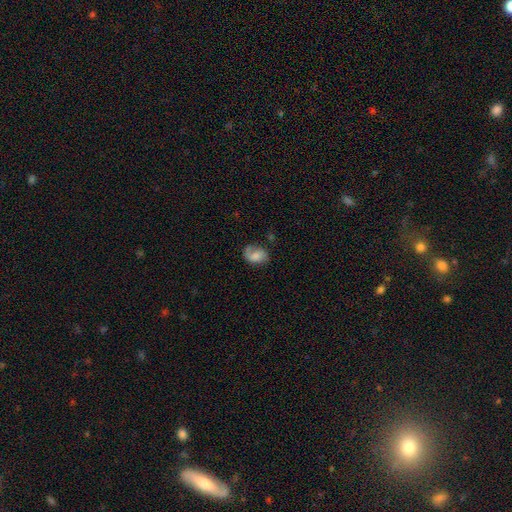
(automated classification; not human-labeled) Smooth or featured? Predicted: smooth (p=0.48). Merging? Predicted: none (p=0.57).